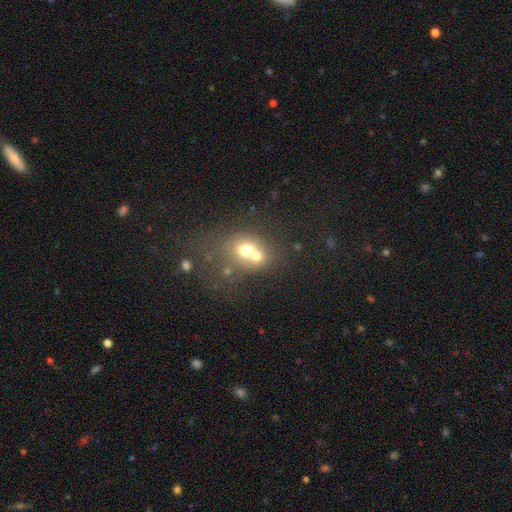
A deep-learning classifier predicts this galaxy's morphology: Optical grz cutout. It shows a smooth galaxy with no disk features (61%) that is round (64%). Merging: merger (62%).